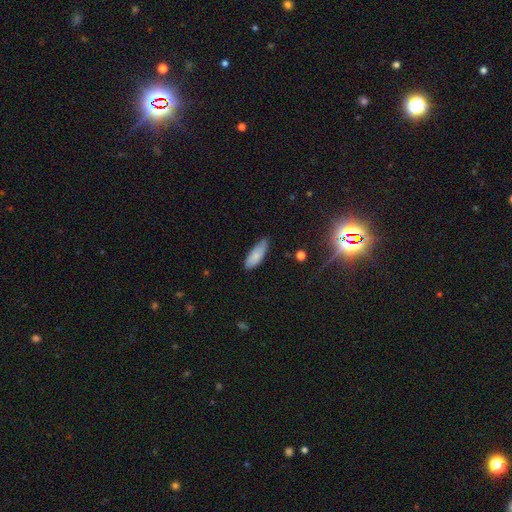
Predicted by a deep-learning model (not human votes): smooth-or-featured: smooth: 77% | featured or disk: 16% | star or artifact: 7%
  how-rounded: in between: 70% | cigar-shaped: 28% | round: 2%
  merging: none: 67% | minor disturbance: 27% | major disturbance: 4% | merger: 2%